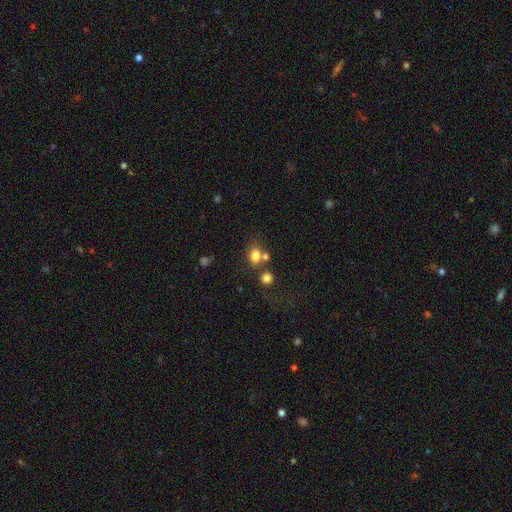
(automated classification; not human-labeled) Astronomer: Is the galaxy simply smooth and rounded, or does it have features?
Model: smooth — 78%.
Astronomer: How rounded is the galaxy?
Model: in between — 59% (runner-up: round, 39%).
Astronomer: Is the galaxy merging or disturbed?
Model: none — 49% (runner-up: merger, 32%).